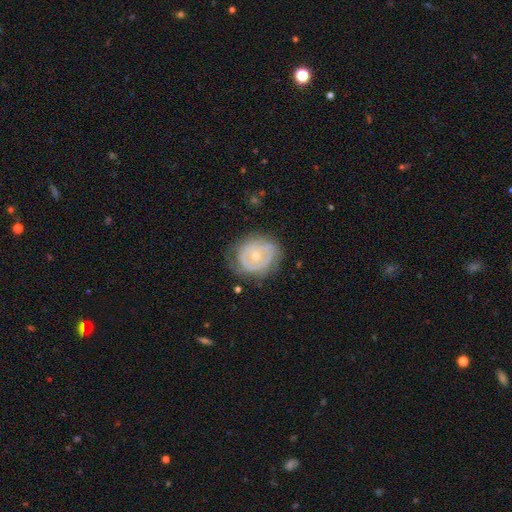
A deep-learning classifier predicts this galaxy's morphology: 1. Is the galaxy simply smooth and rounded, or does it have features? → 64% featured or disk, 29% smooth, 7% star or artifact.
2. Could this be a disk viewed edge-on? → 97% no, 3% yes.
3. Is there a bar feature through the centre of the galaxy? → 81% no, 15% weak, 3% strong.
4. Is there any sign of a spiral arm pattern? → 60% yes, 40% no.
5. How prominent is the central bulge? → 53% small, 44% moderate, 1% large, 1% none, 1% dominant.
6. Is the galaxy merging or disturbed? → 64% none, 24% minor disturbance, 10% major disturbance, 1% merger.